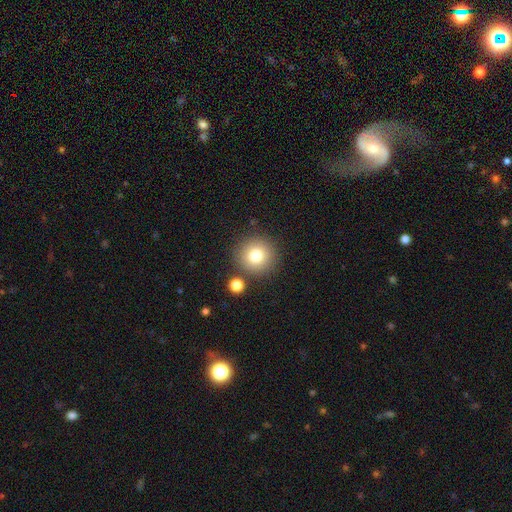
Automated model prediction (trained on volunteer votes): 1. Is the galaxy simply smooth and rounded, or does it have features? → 78% smooth, 12% star or artifact, 10% featured or disk.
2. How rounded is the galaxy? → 95% round, 4% in between, 1% cigar-shaped.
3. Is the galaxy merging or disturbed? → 83% none, 7% minor disturbance, 7% merger, 3% major disturbance.